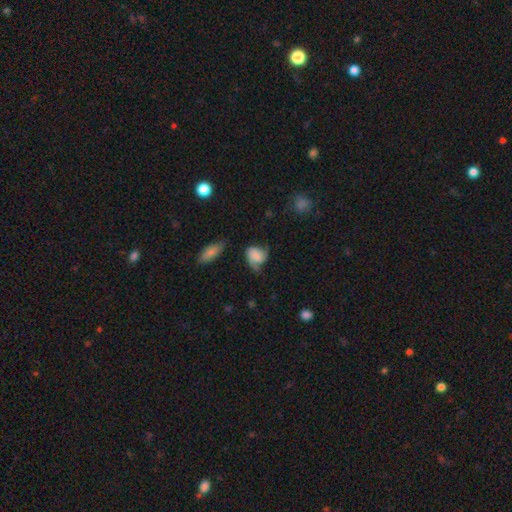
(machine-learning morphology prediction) type=smooth (48%); merging=none (38%).